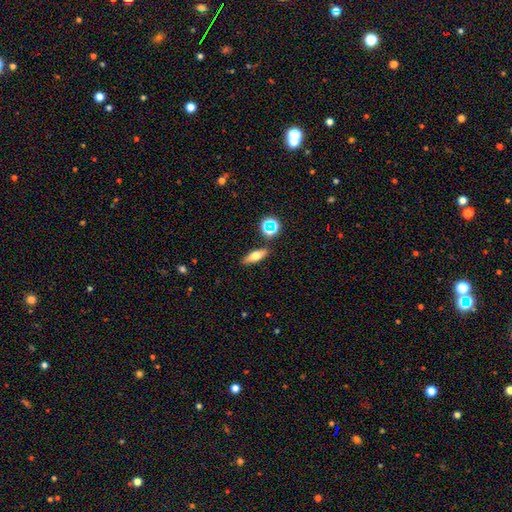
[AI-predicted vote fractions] Q: Smooth or featured?
A: smooth (54%); runner-up: featured or disk (35%)
Q: How rounded?
A: in between (54%); runner-up: cigar-shaped (40%)
Q: Merging?
A: none (85%); runner-up: minor disturbance (9%)